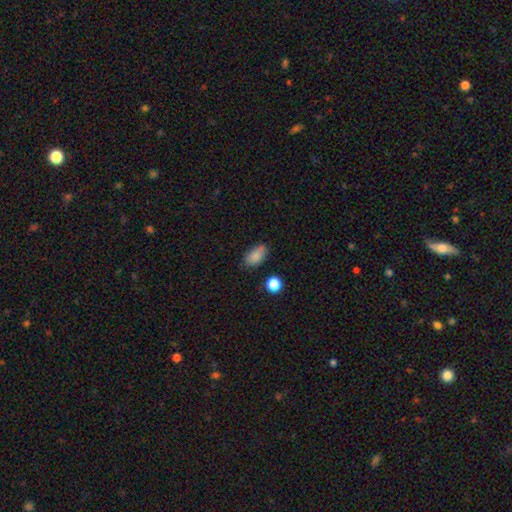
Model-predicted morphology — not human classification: This appears to be a smooth galaxy with no disk features (85%) that is in between round and cigar-shaped (89%). Merging: none (72%).